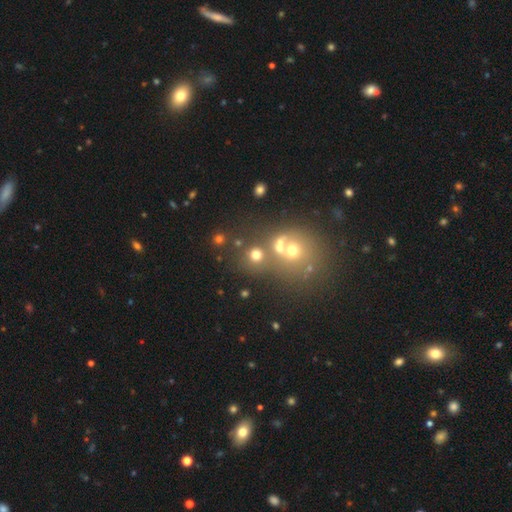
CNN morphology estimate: Smooth or featured: smooth — 68% (star or artifact — 21%)
How rounded: round — 87% (in between — 12%)
Merging: none — 64% (merger — 24%)